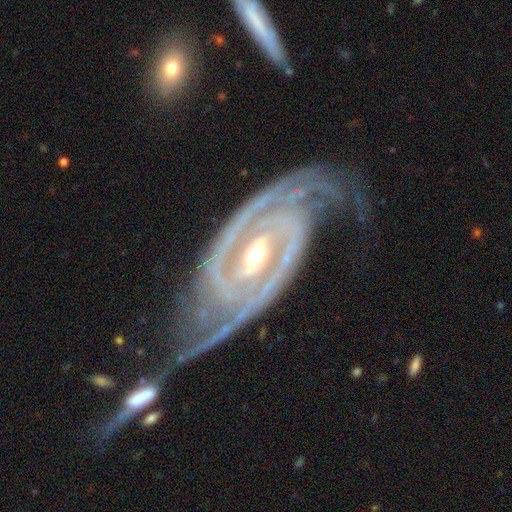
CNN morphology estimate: featured or disk 94%, star or artifact 4%, smooth 2%. Down the decision tree: edge-on disk — no (96%); bar — strong (48%); spiral arms — yes (99%); spiral arm count — 2 (75%); spiral winding — tight (60%); bulge size — moderate (51%); merging — none (54%).